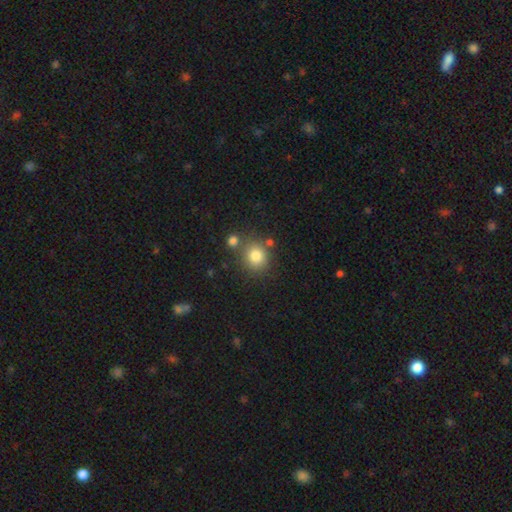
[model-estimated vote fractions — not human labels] Smooth or featured? smooth (80%)
How rounded? round (82%)
Merging? none (70%)